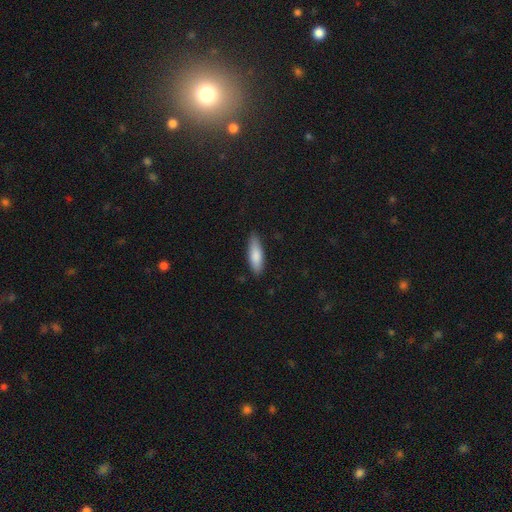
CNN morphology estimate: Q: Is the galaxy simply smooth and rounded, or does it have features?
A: smooth — 83%.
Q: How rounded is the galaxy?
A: cigar-shaped — 49%, tied with in between.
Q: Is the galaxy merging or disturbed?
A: none — 84%.